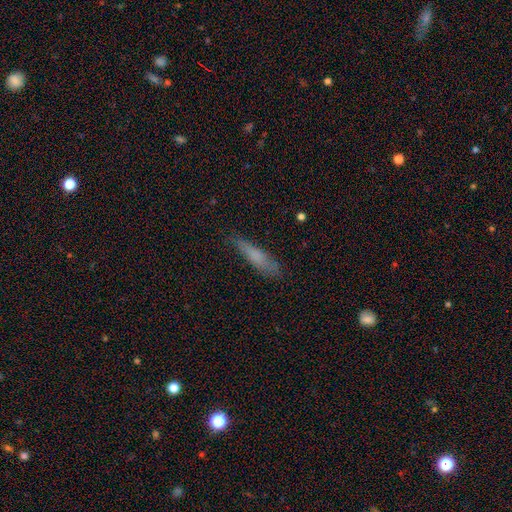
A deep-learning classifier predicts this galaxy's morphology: The model was most divided on "merging": none: 70%, minor disturbance: 23%, major disturbance: 6%, merger: 2%. More confident: how rounded — cigar-shaped (79%); smooth or featured — smooth (72%).